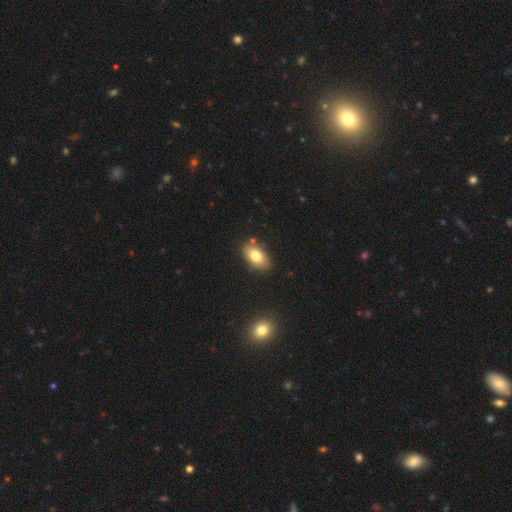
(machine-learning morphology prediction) Smooth or featured? smooth (79%)
How rounded? in between (91%)
Merging? none (82%)